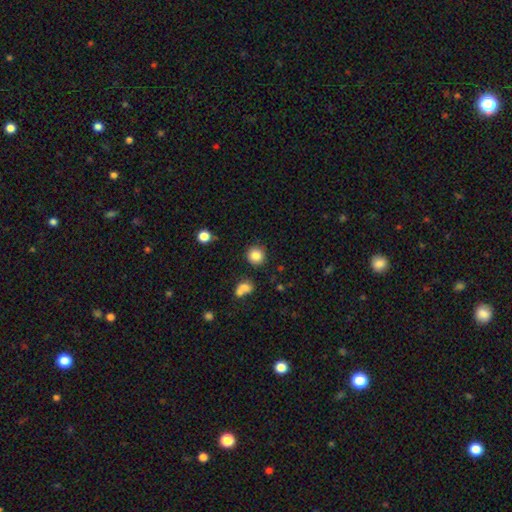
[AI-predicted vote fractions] smooth 84%, star or artifact 11%, featured or disk 6%. Down the decision tree: how rounded — round (92%); merging — none (86%).